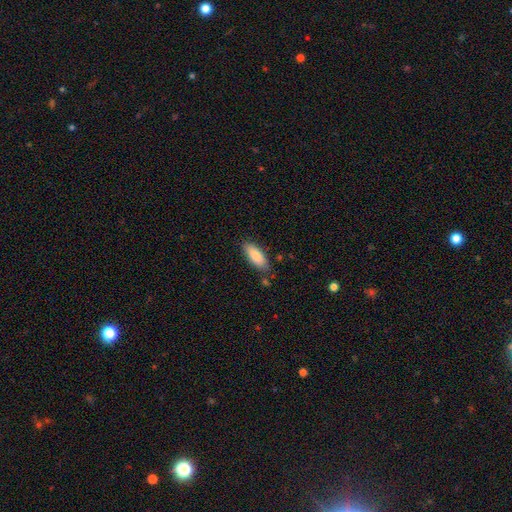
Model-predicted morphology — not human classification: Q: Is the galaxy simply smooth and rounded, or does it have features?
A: smooth — 86%.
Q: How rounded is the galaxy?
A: in between — 74%.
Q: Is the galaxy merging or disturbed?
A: none — 80%.